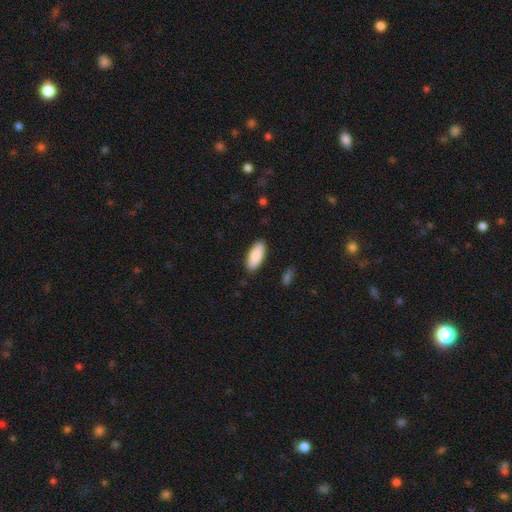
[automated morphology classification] This appears to be a smooth galaxy with no disk features (88%) that is in between round and cigar-shaped (80%). Merging: none (88%).